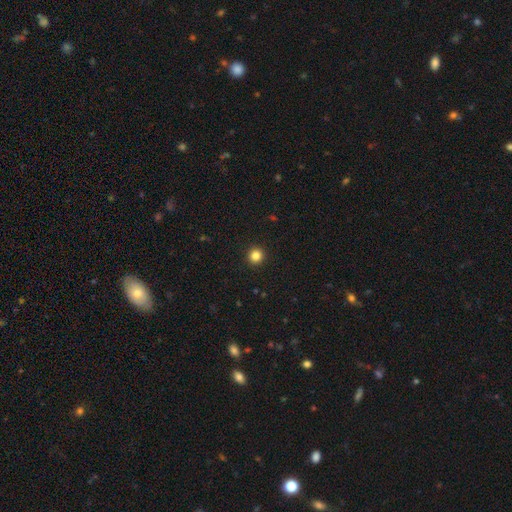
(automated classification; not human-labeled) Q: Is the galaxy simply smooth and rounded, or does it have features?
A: smooth — 84%.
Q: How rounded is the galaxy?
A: round — 95%.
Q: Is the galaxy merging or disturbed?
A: none — 94%.